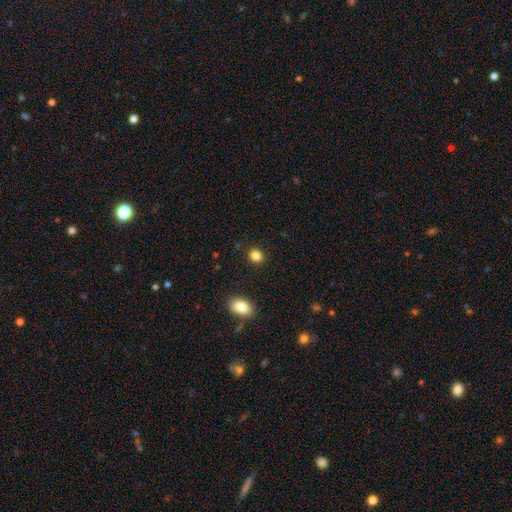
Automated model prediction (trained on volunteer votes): Smooth or featured: smooth — 84% (star or artifact — 11%)
How rounded: round — 73% (in between — 26%)
Merging: none — 89% (minor disturbance — 7%)